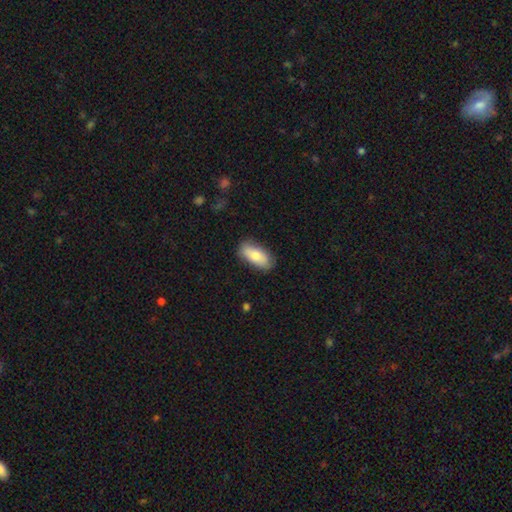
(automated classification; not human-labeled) Morphology: type=smooth (77%); roundness=in between (87%); merging=none (81%).